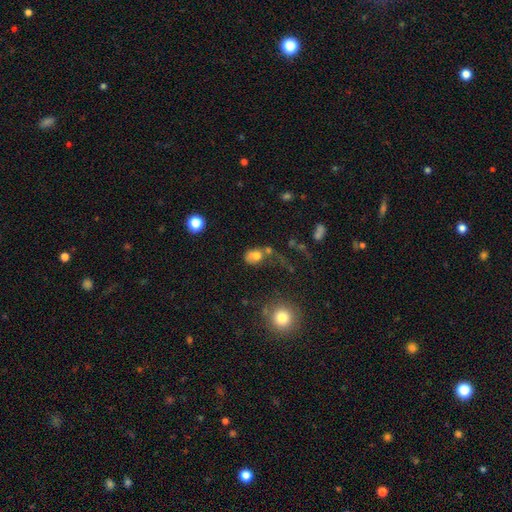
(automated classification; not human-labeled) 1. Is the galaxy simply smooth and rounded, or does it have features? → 70% smooth, 15% star or artifact, 15% featured or disk.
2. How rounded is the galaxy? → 60% in between, 38% round, 2% cigar-shaped.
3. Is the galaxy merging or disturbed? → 35% none, 29% merger, 18% minor disturbance, 18% major disturbance.